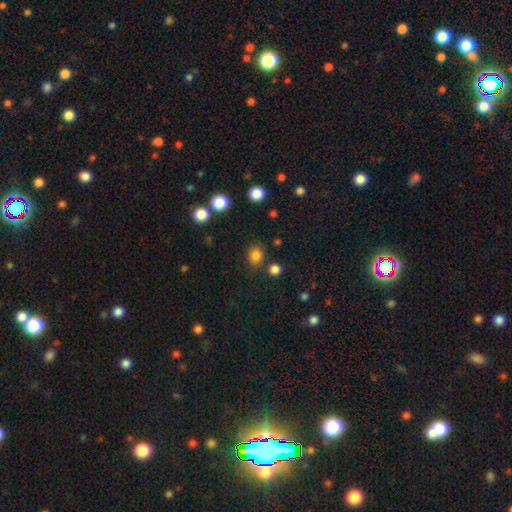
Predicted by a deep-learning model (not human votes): Q: Smooth or featured?
A: smooth (82%); runner-up: star or artifact (13%)
Q: How rounded?
A: round (65%); runner-up: in between (34%)
Q: Merging?
A: none (80%); runner-up: minor disturbance (11%)